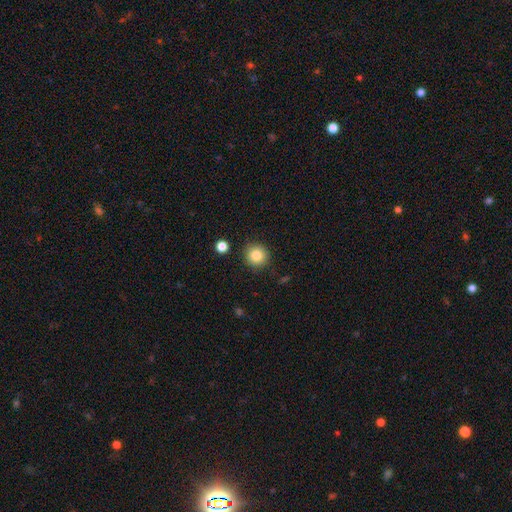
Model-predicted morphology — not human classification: A smooth galaxy with no disk features (84%) that is round (93%). Merging: none (88%).